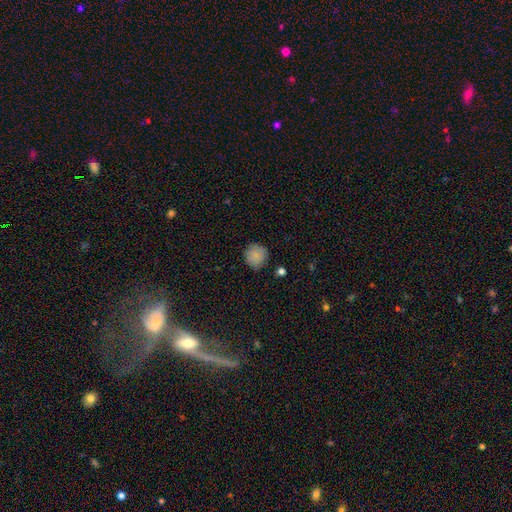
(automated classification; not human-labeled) This appears to be a smooth galaxy with no disk features (85%) that is round (92%). Merging: none (83%).